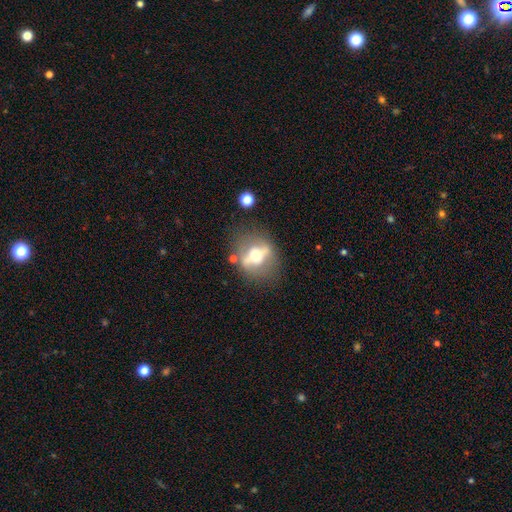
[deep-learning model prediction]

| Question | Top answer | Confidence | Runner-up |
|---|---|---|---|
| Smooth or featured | featured or disk | 63% | smooth (29%) |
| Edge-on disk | no | 64% | yes (36%) |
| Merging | none | 70% | minor disturbance (16%) |